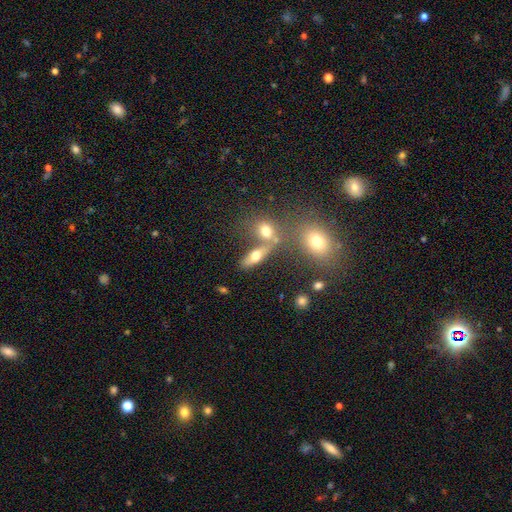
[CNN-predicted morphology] A smooth galaxy with no disk features (60%) that is in between round and cigar-shaped (60%).

Vote fractions:
- Smooth or featured? smooth: 60% / featured or disk: 28% / star or artifact: 12%
- How rounded? in between: 60% / cigar-shaped: 25% / round: 15%
- Merging? none: 52% / merger: 29% / minor disturbance: 12% / major disturbance: 7%